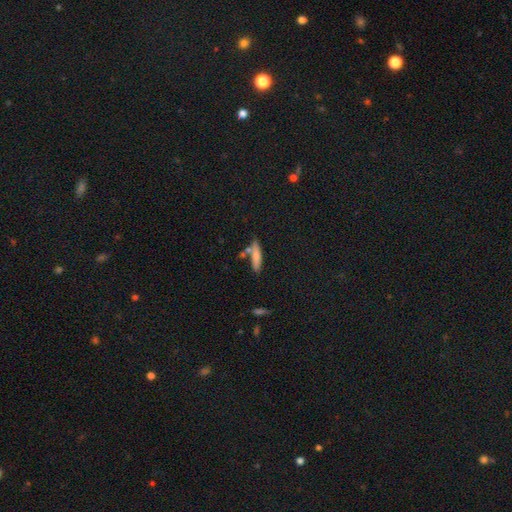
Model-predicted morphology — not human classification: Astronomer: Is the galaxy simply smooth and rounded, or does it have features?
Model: smooth — 74%.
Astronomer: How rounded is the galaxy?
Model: cigar-shaped — 76%.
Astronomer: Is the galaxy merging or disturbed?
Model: none — 65%.